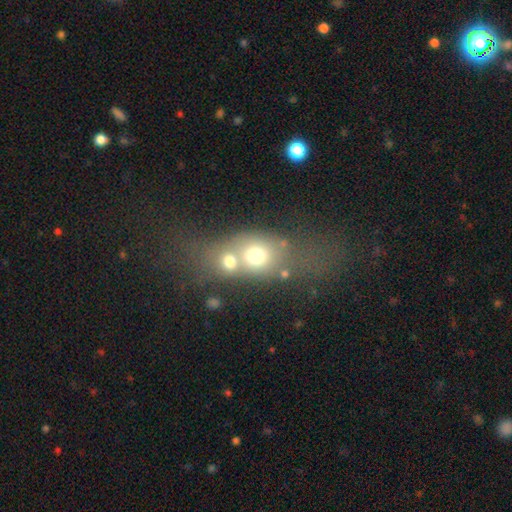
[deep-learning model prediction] A smooth galaxy with no disk features (64%) that is round (49%). Merging: merger (60%).